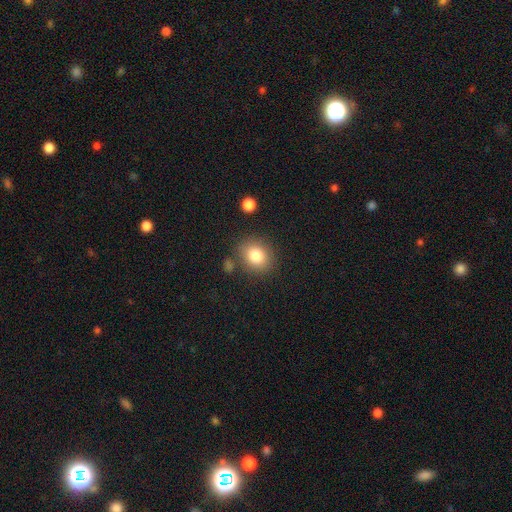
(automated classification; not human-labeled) smooth-or-featured: smooth: 82% | star or artifact: 9% | featured or disk: 8%
  how-rounded: round: 63% | in between: 36% | cigar-shaped: 1%
  merging: none: 80% | minor disturbance: 11% | merger: 5% | major disturbance: 4%